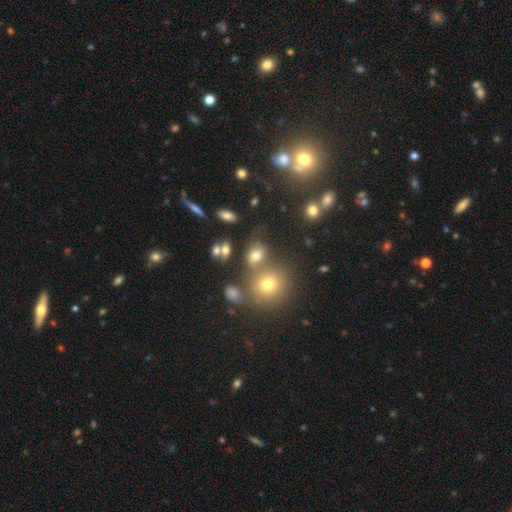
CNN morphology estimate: Smooth or featured? Predicted: smooth (p=0.68). How rounded? Predicted: in between (p=0.56). Merging? Predicted: none (p=0.43).